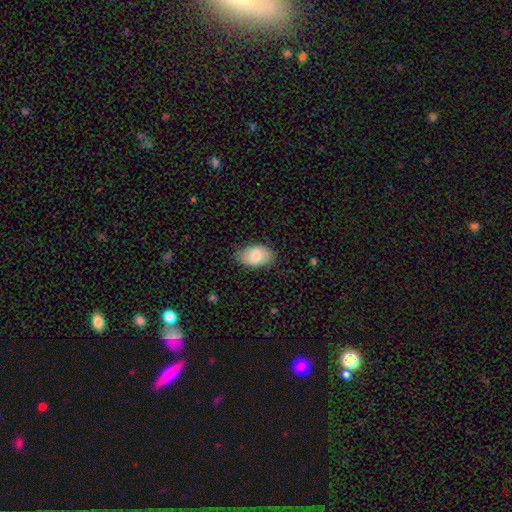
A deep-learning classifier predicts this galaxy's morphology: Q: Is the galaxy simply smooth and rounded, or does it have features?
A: smooth — 82%.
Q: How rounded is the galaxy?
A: in between — 93%.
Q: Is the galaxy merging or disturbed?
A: none — 79%.